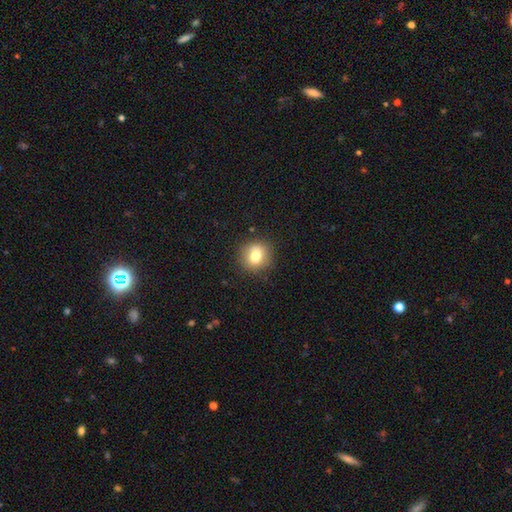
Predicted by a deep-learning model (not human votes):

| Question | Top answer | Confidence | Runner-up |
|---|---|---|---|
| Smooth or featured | smooth | 76% | featured or disk (13%) |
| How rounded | round | 85% | in between (14%) |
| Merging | none | 88% | minor disturbance (9%) |